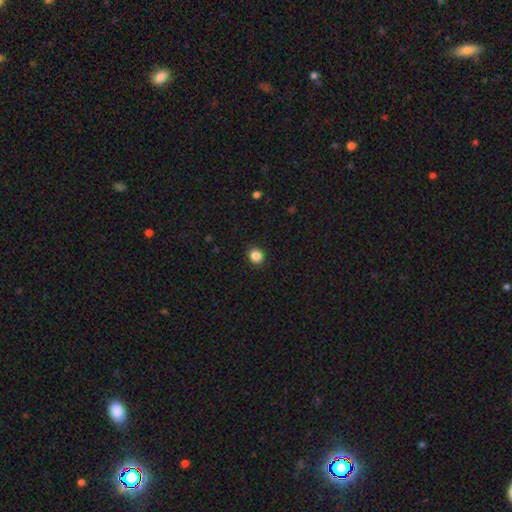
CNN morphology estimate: The model was most divided on "how rounded": round: 84%, in between: 15%, cigar-shaped: 1%. More confident: merging — none (92%); smooth or featured — smooth (86%).